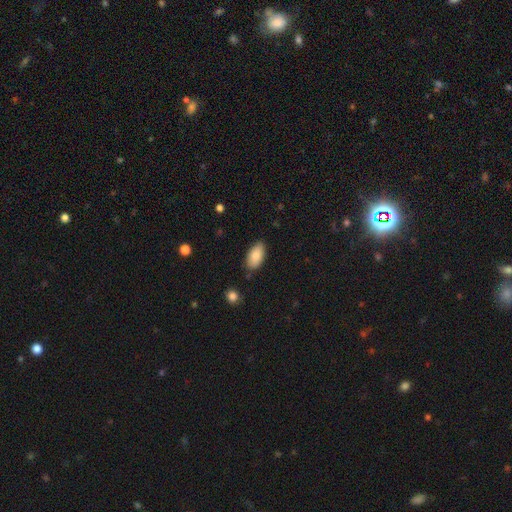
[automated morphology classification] Smooth or featured?
  - smooth: 87% *
  - star or artifact: 7%
  - featured or disk: 6%
How rounded?
  - in between: 94% *
  - cigar-shaped: 3%
  - round: 3%
Merging?
  - none: 80% *
  - minor disturbance: 15%
  - major disturbance: 3%
  - merger: 2%